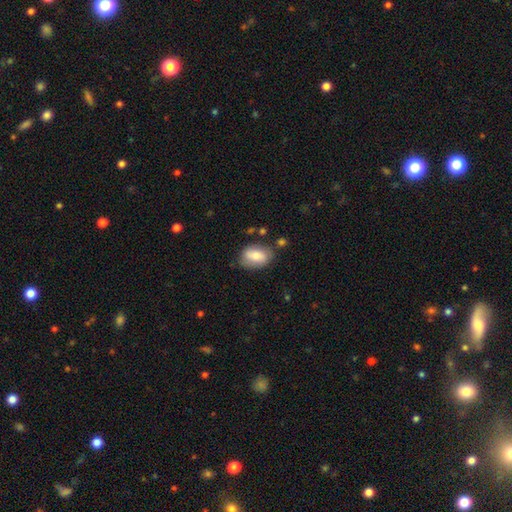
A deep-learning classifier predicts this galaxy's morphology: This is likely a smooth galaxy (74%). How rounded: clearly in between (83%). Merging: likely none (73%).